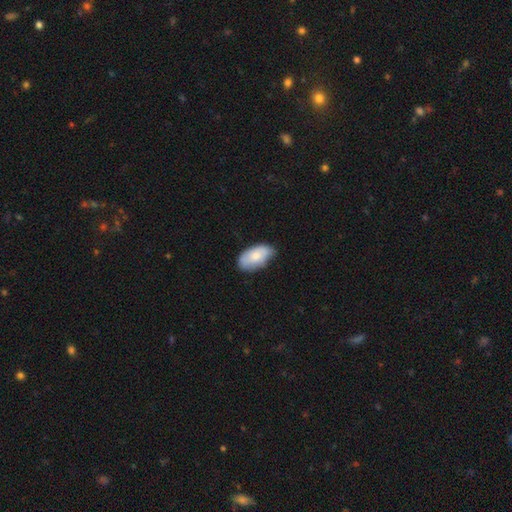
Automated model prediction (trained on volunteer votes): This is likely a smooth galaxy (79%). How rounded: clearly in between (95%). Merging: likely none (68%).